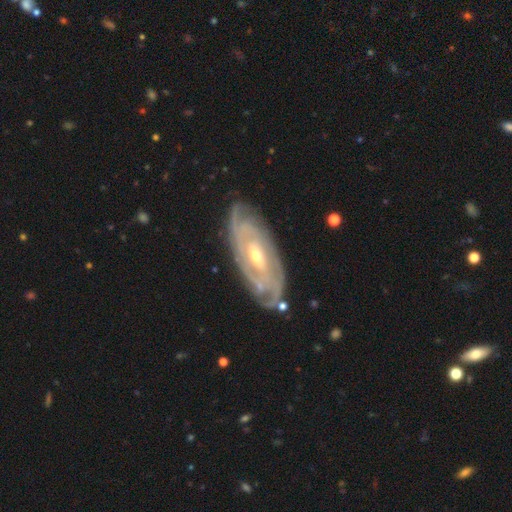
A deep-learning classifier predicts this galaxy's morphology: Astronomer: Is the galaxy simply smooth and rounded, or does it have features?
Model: featured or disk — 87%.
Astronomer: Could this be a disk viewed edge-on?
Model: no — 89%.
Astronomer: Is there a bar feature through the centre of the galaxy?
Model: no — 45% (runner-up: weak, 38%).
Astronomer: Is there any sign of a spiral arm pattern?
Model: yes — 95%.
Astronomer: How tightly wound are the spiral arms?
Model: tight — 80%.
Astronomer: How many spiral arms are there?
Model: can't tell — 41% (runner-up: 2, 17%).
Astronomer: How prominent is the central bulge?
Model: small — 51% (runner-up: moderate, 46%).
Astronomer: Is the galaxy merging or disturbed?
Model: none — 80%.